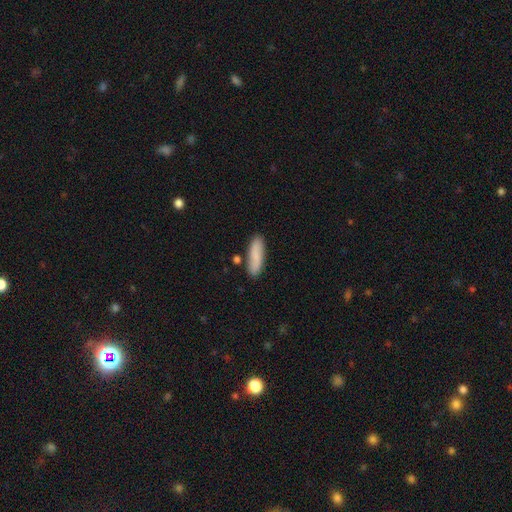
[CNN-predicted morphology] smooth-or-featured: smooth: 82% | featured or disk: 12% | star or artifact: 6%
  how-rounded: cigar-shaped: 56% | in between: 42% | round: 2%
  merging: none: 81% | minor disturbance: 12% | merger: 5% | major disturbance: 2%